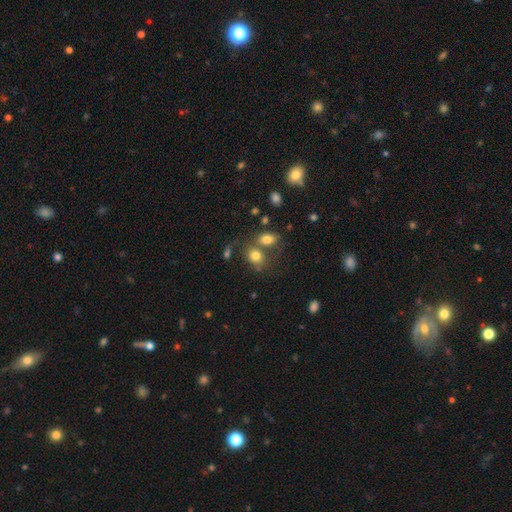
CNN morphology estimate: type=smooth (79%); roundness=in between (57%); merging=none (44%).